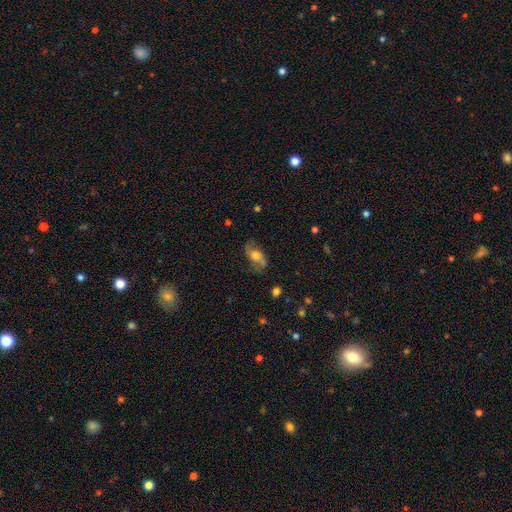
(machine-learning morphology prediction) The model was most divided on "smooth or featured": featured or disk: 49%, smooth: 42%, star or artifact: 10%. More confident: merging — none (59%).